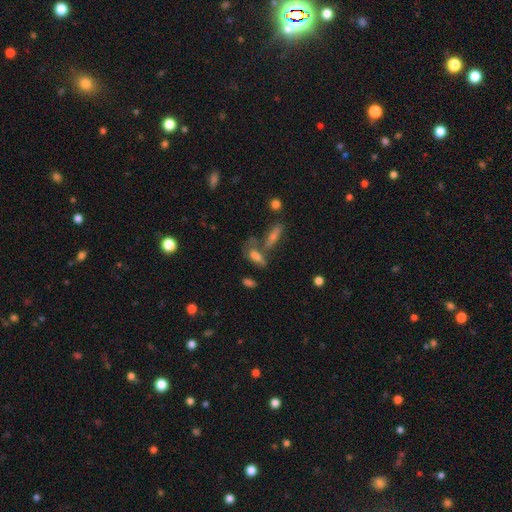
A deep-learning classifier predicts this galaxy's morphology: smooth_or_featured: smooth (p=0.66) [alt: featured or disk p=0.22]
how_rounded: in between (p=0.66) [alt: cigar-shaped p=0.28]
merging: none (p=0.42) [alt: merger p=0.34]